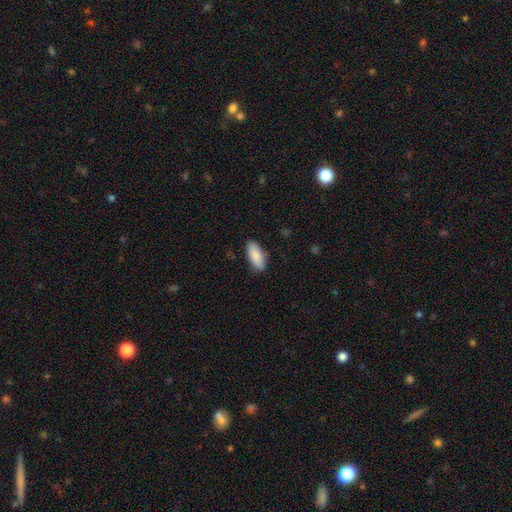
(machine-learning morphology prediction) Q: Smooth or featured?
A: smooth (89%); runner-up: featured or disk (6%)
Q: How rounded?
A: in between (83%); runner-up: cigar-shaped (15%)
Q: Merging?
A: none (86%); runner-up: minor disturbance (11%)